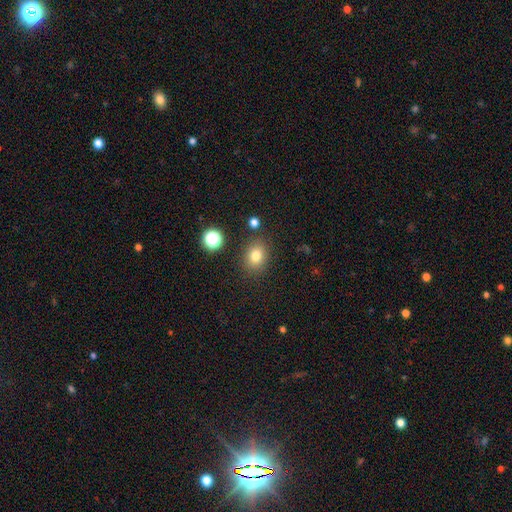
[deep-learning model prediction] smooth_or_featured: smooth (p=0.78) [alt: star or artifact p=0.14]
how_rounded: round (p=0.56) [alt: in between p=0.43]
merging: none (p=0.83) [alt: minor disturbance p=0.10]